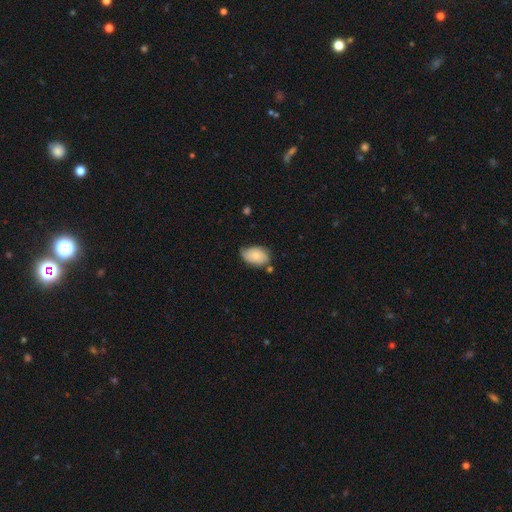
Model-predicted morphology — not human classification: Overall: smooth (72%). How rounded: in between (90%). Merging: none (56%; minor disturbance 33%).